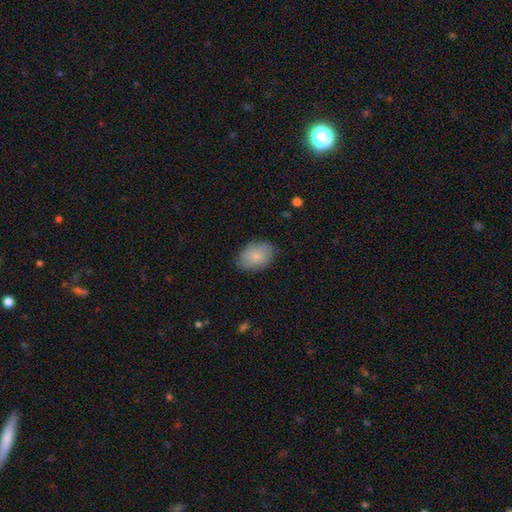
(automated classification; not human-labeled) Smooth or featured? Predicted: smooth (p=0.82). How rounded? Predicted: in between (p=0.83). Merging? Predicted: none (p=0.83).